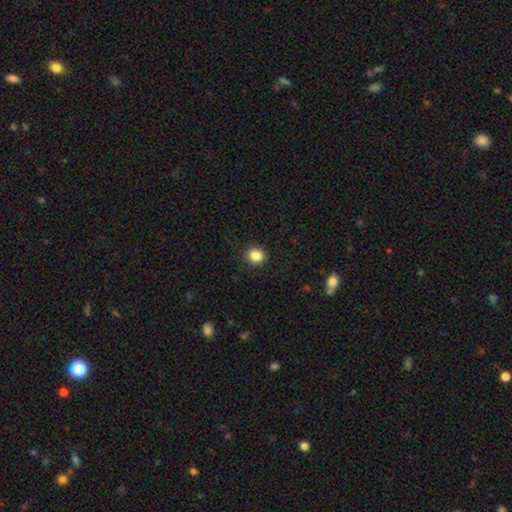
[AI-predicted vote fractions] Overall: smooth (86%). How rounded: round (83%). Merging: none (91%).